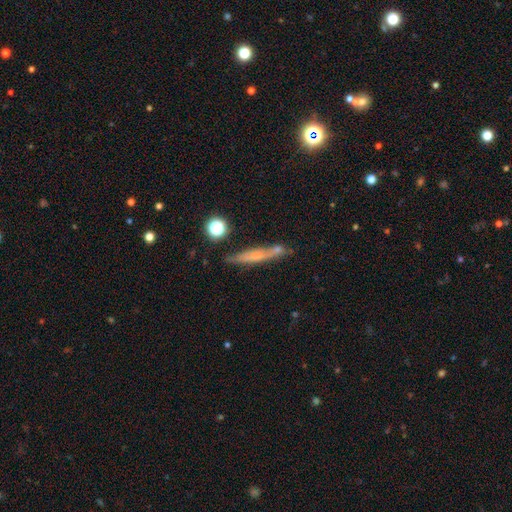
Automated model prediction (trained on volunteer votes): The model was most divided on "smooth or featured": smooth: 48%, featured or disk: 41%, star or artifact: 11%. More confident: merging — none (71%).